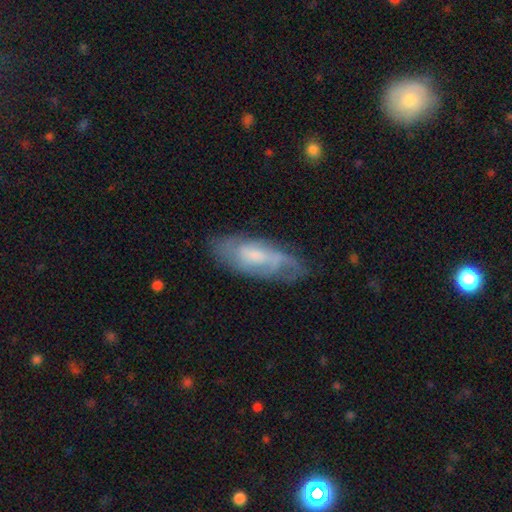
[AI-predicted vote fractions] smooth_or_featured: featured or disk (p=0.61) [alt: smooth p=0.33]
disk_edge_on: no (p=0.86) [alt: yes p=0.14]
bar: no (p=0.54) [alt: weak p=0.39]
has_spiral_arms: yes (p=0.82) [alt: no p=0.18]
bulge_size: moderate (p=0.41) [alt: small p=0.36]
merging: none (p=0.65) [alt: minor disturbance p=0.23]